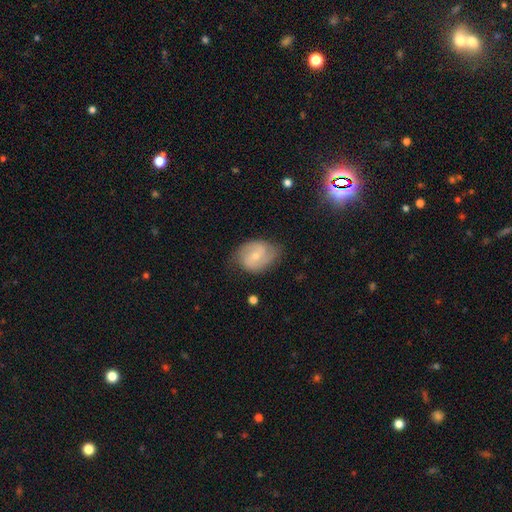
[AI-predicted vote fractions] This is likely a featured or disk galaxy (68%). It is clearly not viewed edge-on (97%). Bar: possibly weak (46%). Spiral arm pattern: clearly yes (90%). Spiral arm count: clearly 2 (83%). Spiral winding: possibly medium (49%). Central bulge: possibly small (57%). Merging: likely none (70%).